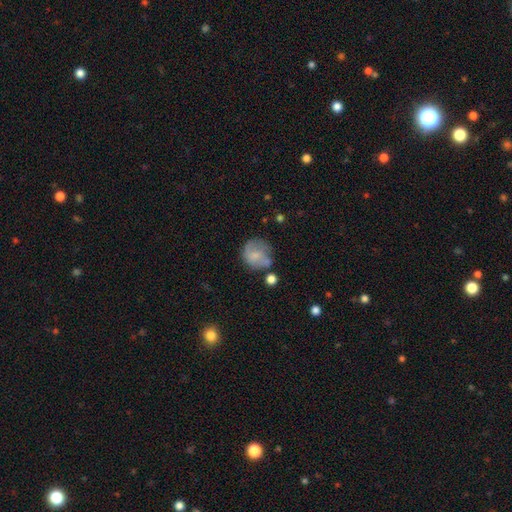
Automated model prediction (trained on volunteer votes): smooth_or_featured: smooth (p=0.60) [alt: featured or disk p=0.31]
how_rounded: round (p=0.81) [alt: in between p=0.18]
merging: none (p=0.51) [alt: minor disturbance p=0.26]